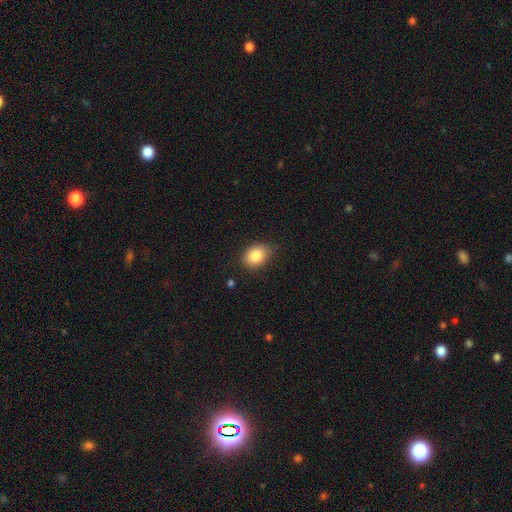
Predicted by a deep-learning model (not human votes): Smooth or featured?
  - smooth: 85% *
  - star or artifact: 8%
  - featured or disk: 7%
How rounded?
  - in between: 70% *
  - round: 28%
  - cigar-shaped: 1%
Merging?
  - none: 81% *
  - minor disturbance: 15%
  - major disturbance: 3%
  - merger: 1%